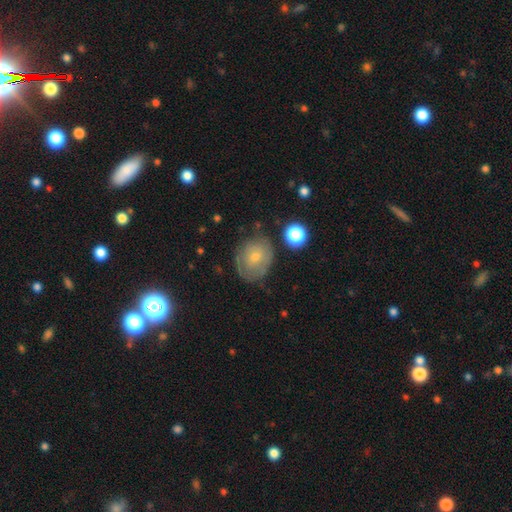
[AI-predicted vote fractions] Smooth or featured? Predicted: featured or disk (p=0.46). Merging? Predicted: none (p=0.68).